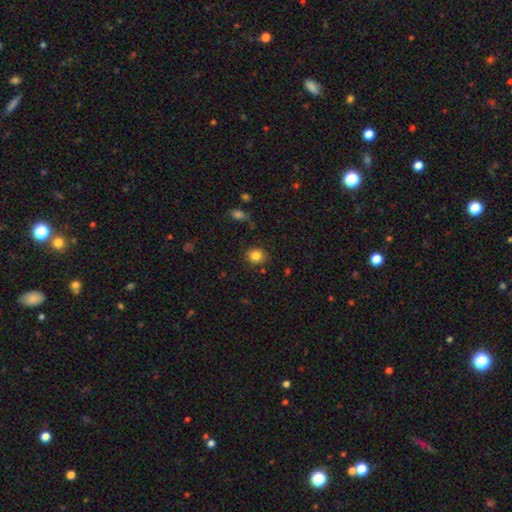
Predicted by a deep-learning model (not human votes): Morphology: type=smooth (83%); roundness=round (72%); merging=none (84%).